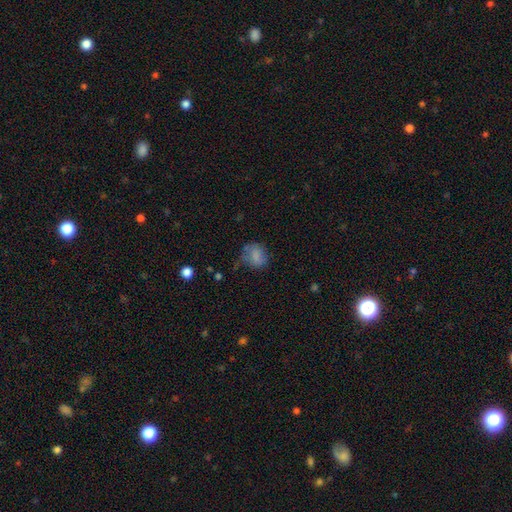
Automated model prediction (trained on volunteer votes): Smooth or featured: smooth — 77% (featured or disk — 12%)
How rounded: round — 56% (in between — 43%)
Merging: none — 50% (minor disturbance — 30%)